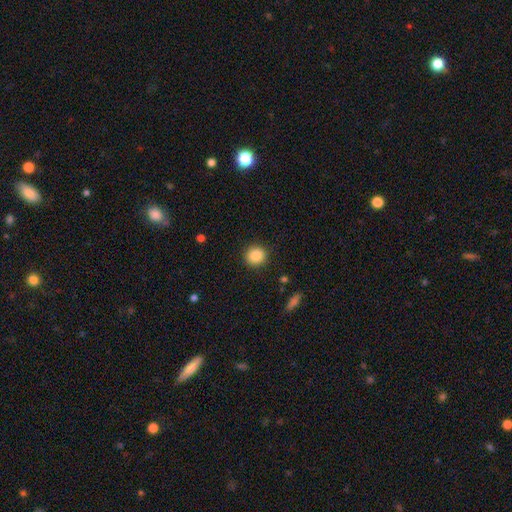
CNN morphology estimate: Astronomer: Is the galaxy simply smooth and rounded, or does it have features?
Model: smooth — 87%.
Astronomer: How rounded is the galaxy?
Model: round — 91%.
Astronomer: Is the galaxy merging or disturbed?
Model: none — 91%.